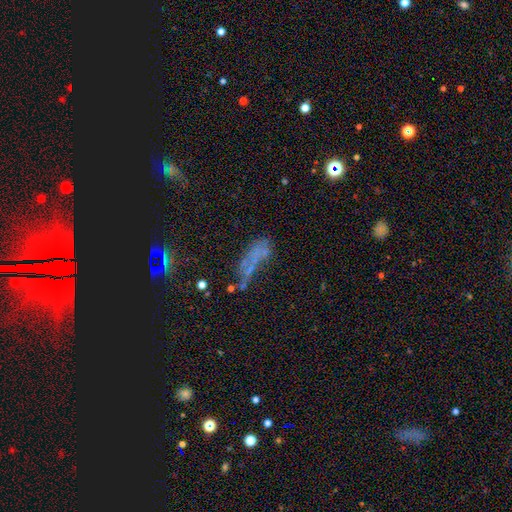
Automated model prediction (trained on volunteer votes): The model was most divided on "merging": none: 32%, major disturbance: 31%, minor disturbance: 20%, merger: 18%. Remaining: smooth or featured — smooth (40%).